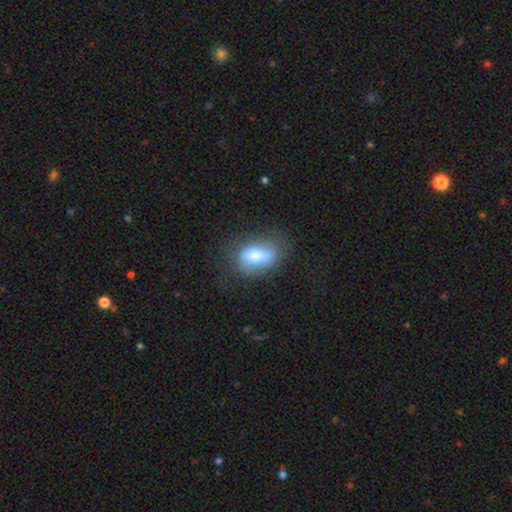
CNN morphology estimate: A smooth galaxy with no disk features (63%) that is in between round and cigar-shaped (81%).

Vote fractions:
- Smooth or featured? smooth: 63% / featured or disk: 29% / star or artifact: 8%
- How rounded? in between: 81% / round: 13% / cigar-shaped: 6%
- Merging? none: 63% / minor disturbance: 23% / major disturbance: 12% / merger: 2%